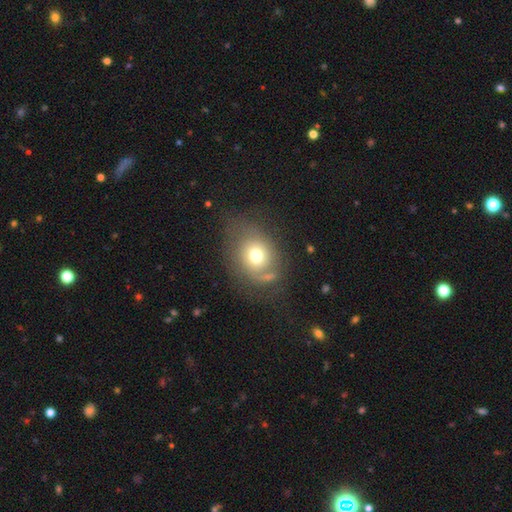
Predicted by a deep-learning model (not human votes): Smooth or featured?
  - smooth: 62% *
  - featured or disk: 26%
  - star or artifact: 12%
How rounded?
  - round: 59% *
  - in between: 40%
  - cigar-shaped: 1%
Merging?
  - none: 57% *
  - minor disturbance: 22%
  - major disturbance: 16%
  - merger: 5%